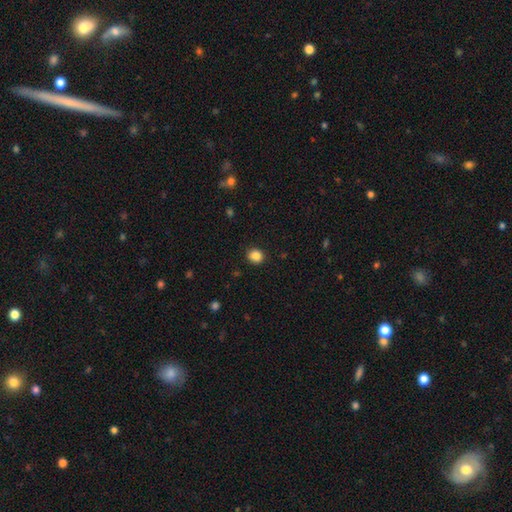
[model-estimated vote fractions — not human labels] Smooth or featured? smooth (87%)
How rounded? round (77%)
Merging? none (90%)